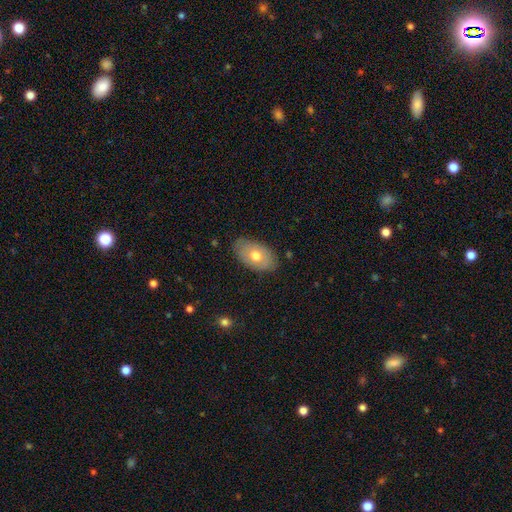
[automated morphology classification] A smooth galaxy with no disk features (66%) that is in between round and cigar-shaped (92%). Merging: none (81%).